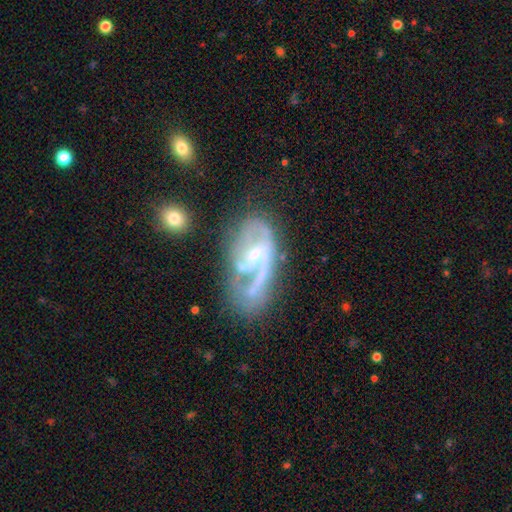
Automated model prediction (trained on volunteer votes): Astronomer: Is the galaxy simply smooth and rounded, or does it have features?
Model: featured or disk — 81%.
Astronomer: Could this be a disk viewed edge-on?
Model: no — 95%.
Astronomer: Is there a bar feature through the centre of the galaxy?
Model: weak — 42% (runner-up: no, 41%).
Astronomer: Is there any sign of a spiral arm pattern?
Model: yes — 85%.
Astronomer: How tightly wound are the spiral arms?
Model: medium — 44% (runner-up: tight, 30%).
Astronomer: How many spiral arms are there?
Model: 2 — 43% (runner-up: 1, 29%).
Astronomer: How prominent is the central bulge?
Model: small — 62%.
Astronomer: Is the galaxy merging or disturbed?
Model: none — 44% (runner-up: major disturbance, 26%).